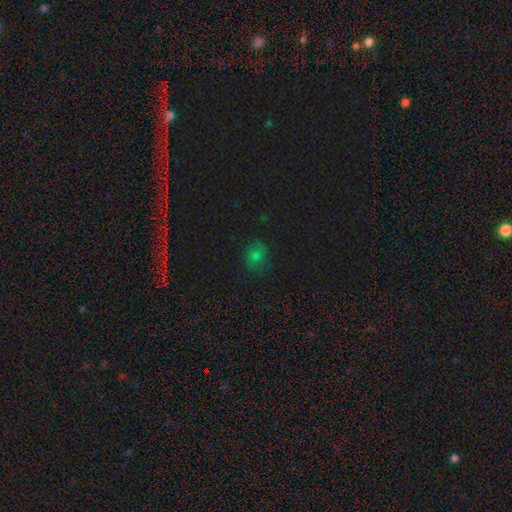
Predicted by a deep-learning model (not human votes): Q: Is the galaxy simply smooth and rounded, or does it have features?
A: smooth — 59%.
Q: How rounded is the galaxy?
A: round — 66%.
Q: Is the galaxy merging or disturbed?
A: none — 72%.